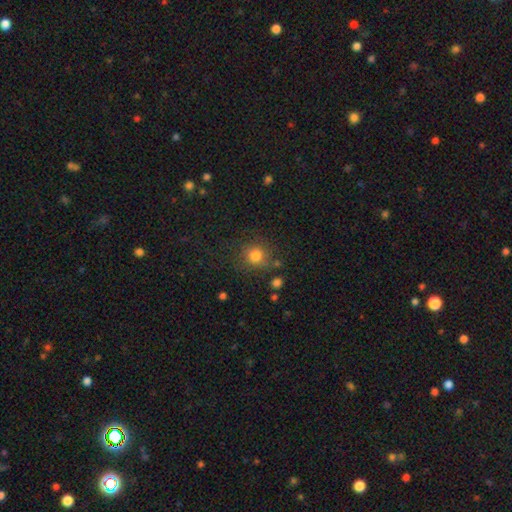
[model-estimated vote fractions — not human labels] Q: Smooth or featured?
A: smooth (80%); runner-up: star or artifact (13%)
Q: How rounded?
A: round (90%); runner-up: in between (9%)
Q: Merging?
A: none (79%); runner-up: minor disturbance (12%)